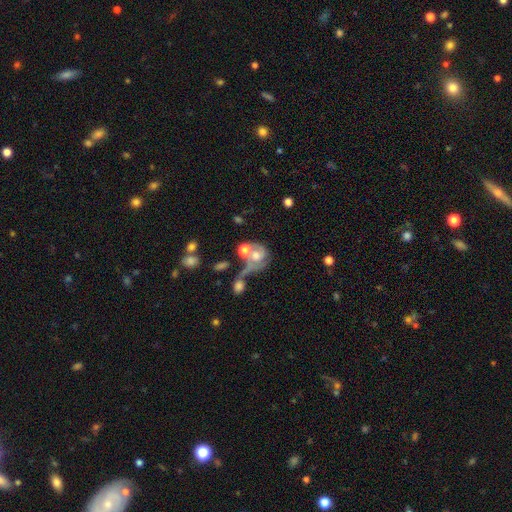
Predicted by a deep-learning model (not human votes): Q: Smooth or featured?
A: featured or disk (55%); runner-up: smooth (35%)
Q: Edge-on disk?
A: no (96%); runner-up: yes (4%)
Q: Bar?
A: no (76%); runner-up: weak (19%)
Q: Spiral arms?
A: yes (66%); runner-up: no (34%)
Q: Bulge size?
A: moderate (50%); runner-up: small (19%)
Q: Merging?
A: merger (37%); runner-up: none (26%)